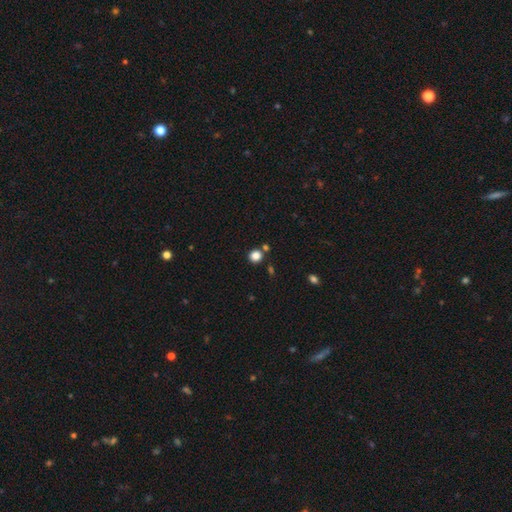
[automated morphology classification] This is clearly a smooth galaxy (83%). How rounded: clearly round (89%). Merging: likely none (79%).